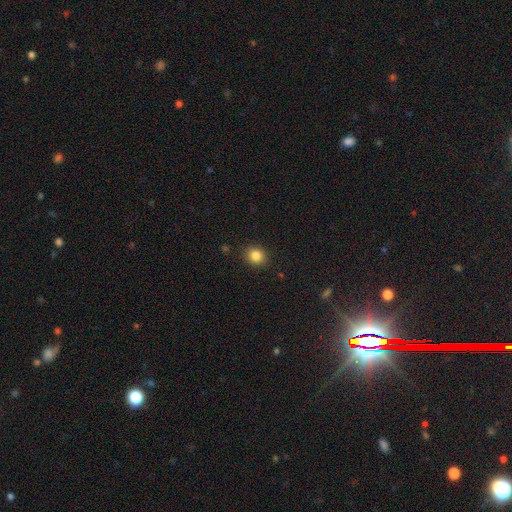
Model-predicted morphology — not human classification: Smooth or featured? Predicted: smooth (p=0.84). How rounded? Predicted: round (p=0.78). Merging? Predicted: none (p=0.89).